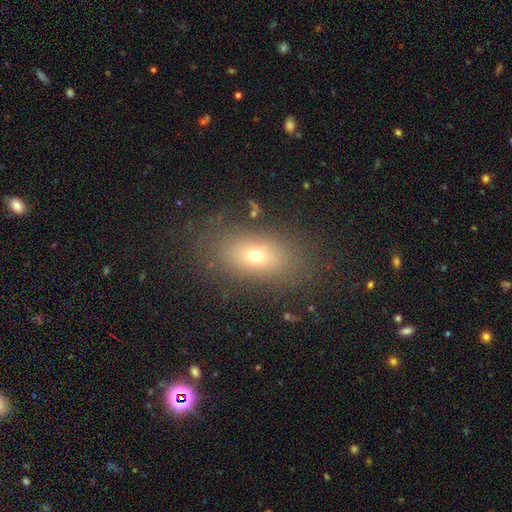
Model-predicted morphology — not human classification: Smooth or featured?
  - smooth: 66% *
  - featured or disk: 17%
  - star or artifact: 17%
How rounded?
  - in between: 80% *
  - round: 13%
  - cigar-shaped: 7%
Merging?
  - none: 83% *
  - minor disturbance: 10%
  - major disturbance: 5%
  - merger: 2%